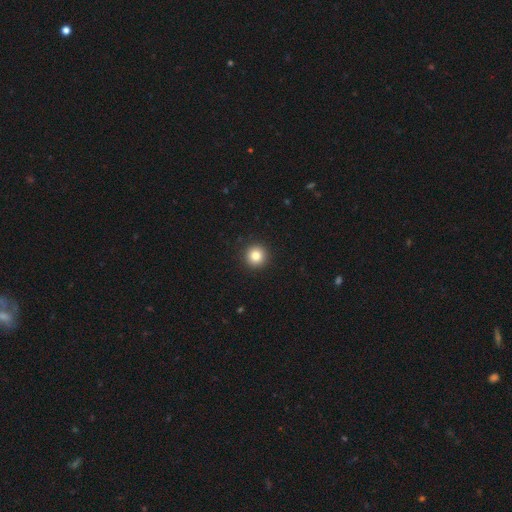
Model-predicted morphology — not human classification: This is clearly a smooth galaxy (83%). How rounded: clearly round (96%). Merging: clearly none (93%).